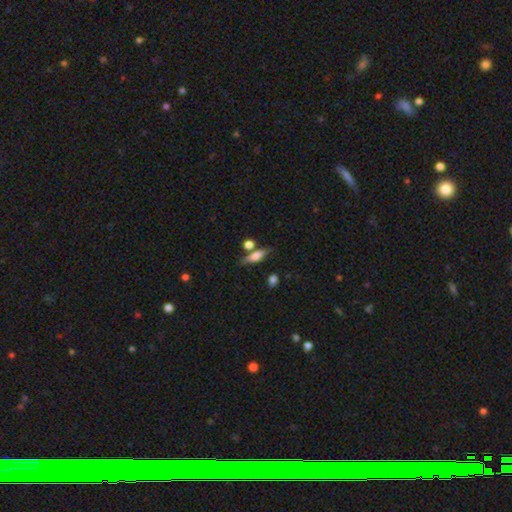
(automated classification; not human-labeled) This appears to be a smooth galaxy with no disk features (57%) that is cigar-shaped (52%). Merging: none (67%).